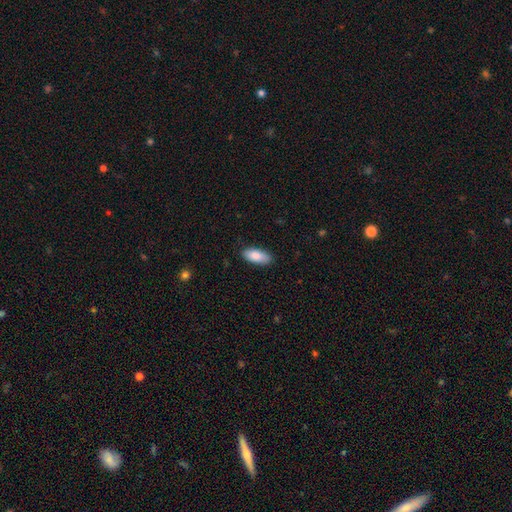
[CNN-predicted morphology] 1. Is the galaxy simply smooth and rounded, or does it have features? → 86% smooth, 8% featured or disk, 6% star or artifact.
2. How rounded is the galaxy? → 86% in between, 12% cigar-shaped, 2% round.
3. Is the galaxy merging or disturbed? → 86% none, 11% minor disturbance, 2% major disturbance, 1% merger.